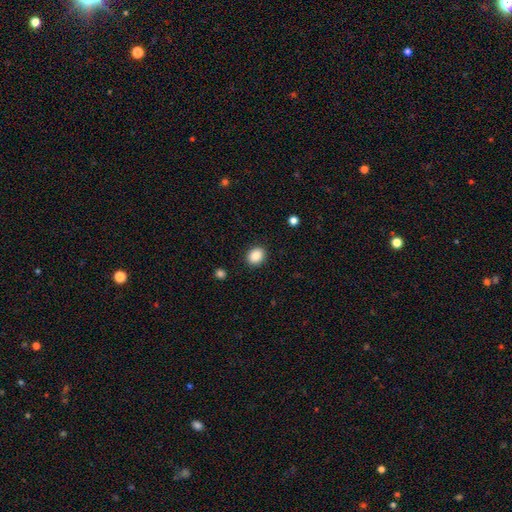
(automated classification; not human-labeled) This is clearly a smooth galaxy (89%). How rounded: possibly round (51%). Merging: clearly none (90%).